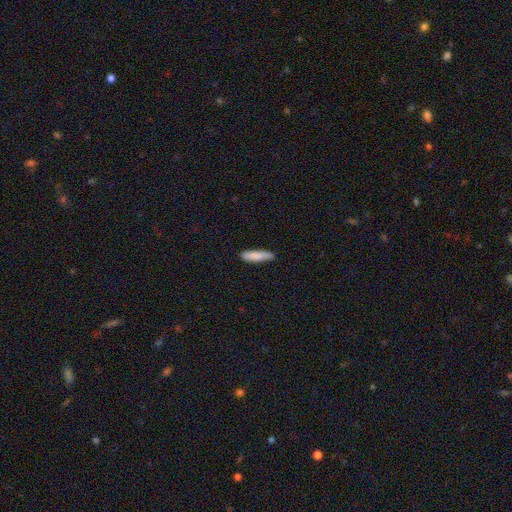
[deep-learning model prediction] smooth-or-featured: smooth: 85% | featured or disk: 9% | star or artifact: 6%
  how-rounded: cigar-shaped: 77% | in between: 21% | round: 1%
  merging: none: 82% | minor disturbance: 14% | major disturbance: 2% | merger: 1%